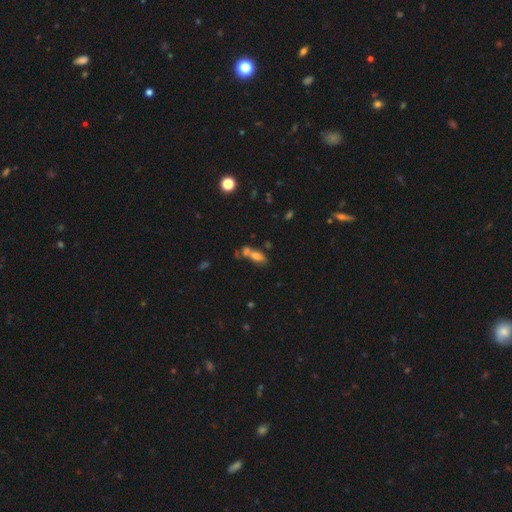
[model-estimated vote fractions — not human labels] This is likely a smooth galaxy (67%). How rounded: likely in between (78%). Merging: marginally merger (45%).